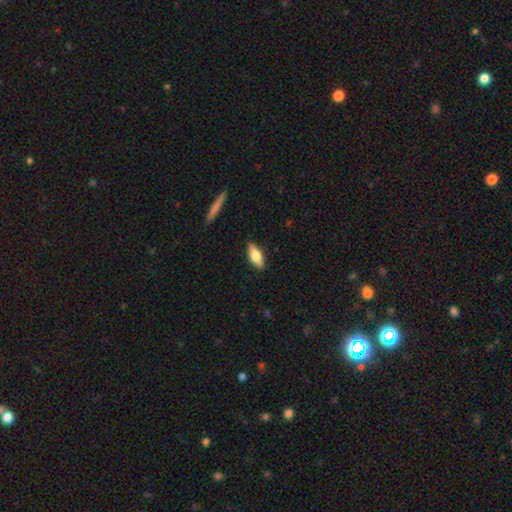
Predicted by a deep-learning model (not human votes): Smooth or featured? Predicted: smooth (p=0.63). How rounded? Predicted: in between (p=0.71). Merging? Predicted: none (p=0.88).